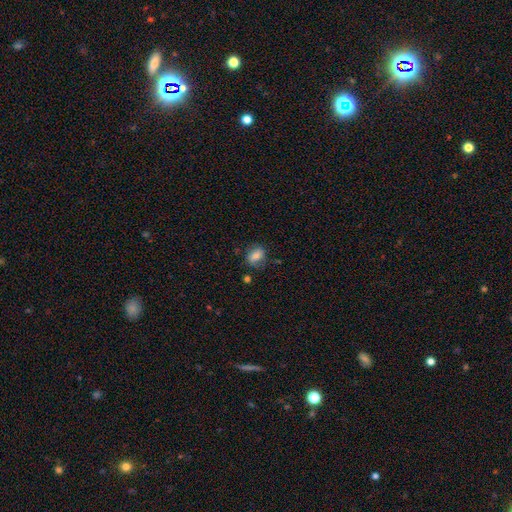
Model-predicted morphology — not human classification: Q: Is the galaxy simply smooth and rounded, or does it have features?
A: smooth — 74%.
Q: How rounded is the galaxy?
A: in between — 65%.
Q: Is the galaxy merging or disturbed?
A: none — 74%.